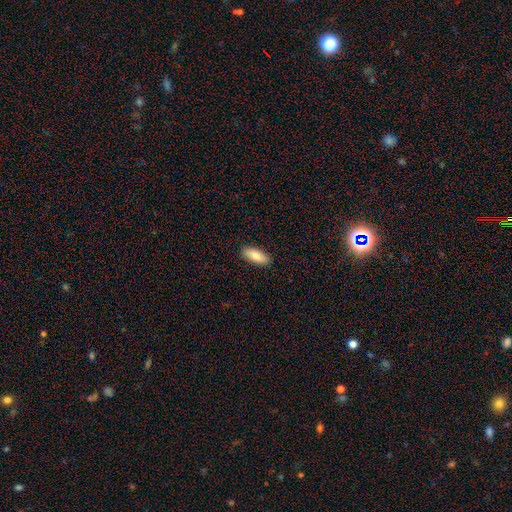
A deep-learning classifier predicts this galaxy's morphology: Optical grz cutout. It shows a smooth galaxy with no disk features (86%) that is in between round and cigar-shaped (78%). Merging: none (90%).